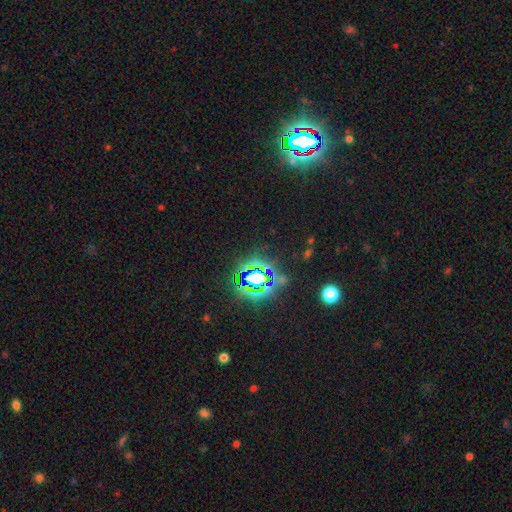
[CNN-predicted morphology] This appears to be a star or artifact, not a galaxy (79%).